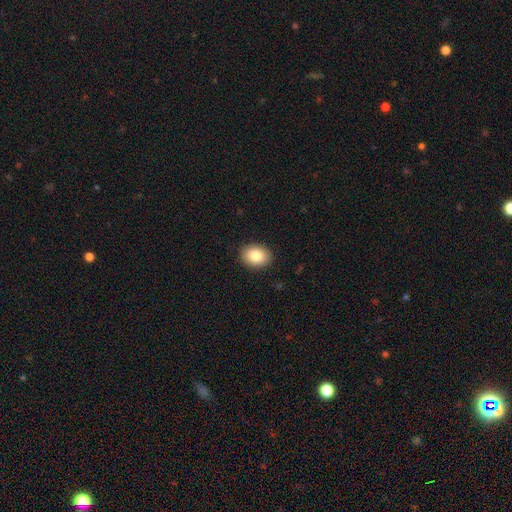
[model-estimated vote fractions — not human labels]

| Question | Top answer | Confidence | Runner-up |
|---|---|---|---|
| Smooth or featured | smooth | 83% | featured or disk (8%) |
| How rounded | in between | 64% | round (35%) |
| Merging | none | 90% | minor disturbance (7%) |